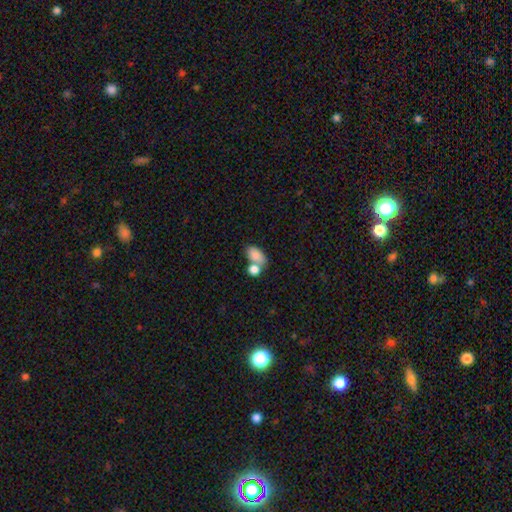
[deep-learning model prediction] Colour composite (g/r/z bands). It shows a smooth galaxy with no disk features (82%) that is in between round and cigar-shaped (88%). Merging: merger (45%).